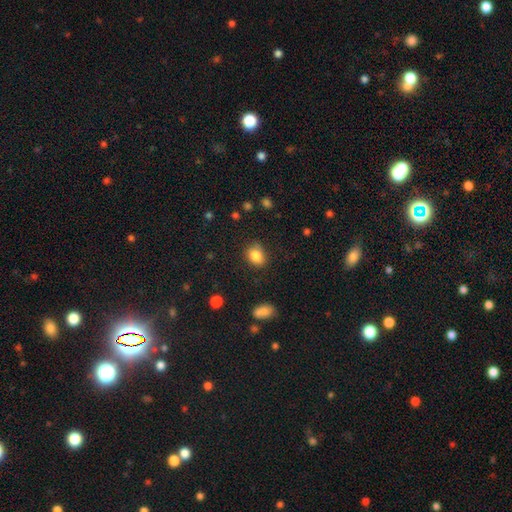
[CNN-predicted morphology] This is clearly a smooth galaxy (84%). How rounded: likely in between (62%). Merging: likely none (74%).